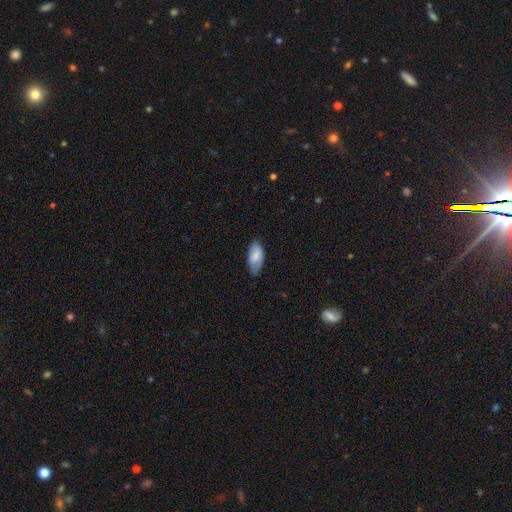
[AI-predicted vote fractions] Overall: smooth (80%). How rounded: in between (93%). Merging: none (66%; minor disturbance 28%).